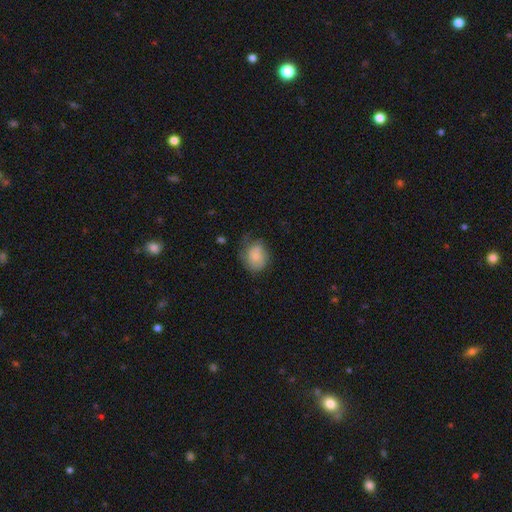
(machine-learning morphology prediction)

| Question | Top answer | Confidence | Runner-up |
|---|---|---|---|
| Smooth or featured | smooth | 74% | featured or disk (18%) |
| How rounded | round | 61% | in between (38%) |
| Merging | none | 48% | minor disturbance (33%) |